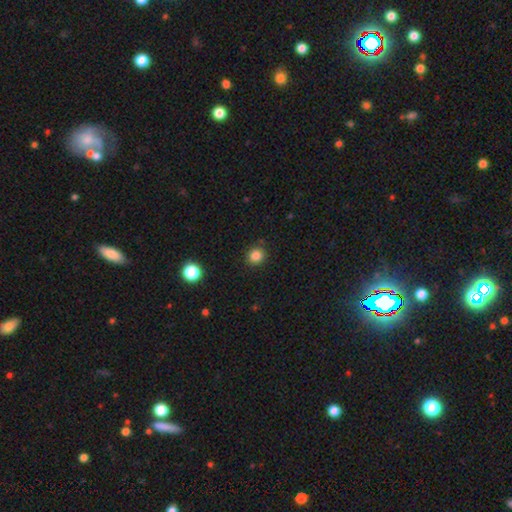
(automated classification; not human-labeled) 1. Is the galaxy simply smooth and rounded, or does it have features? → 84% smooth, 12% star or artifact, 4% featured or disk.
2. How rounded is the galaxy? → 87% round, 12% in between, 1% cigar-shaped.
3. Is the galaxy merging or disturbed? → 89% none, 8% minor disturbance, 2% major disturbance, 2% merger.